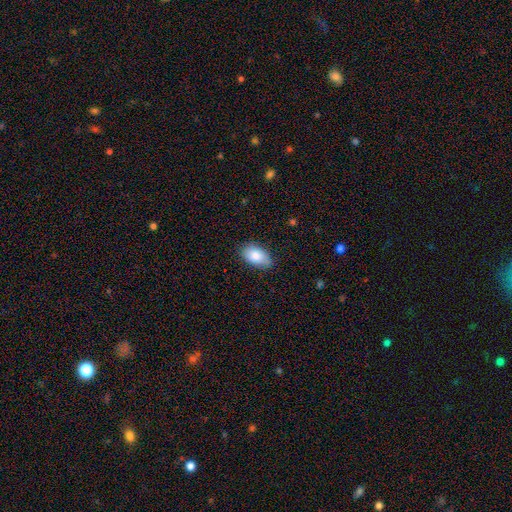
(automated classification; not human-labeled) Smooth or featured?
  - smooth: 83% *
  - featured or disk: 10%
  - star or artifact: 7%
How rounded?
  - in between: 92% *
  - round: 6%
  - cigar-shaped: 1%
Merging?
  - none: 78% *
  - minor disturbance: 18%
  - major disturbance: 3%
  - merger: 1%